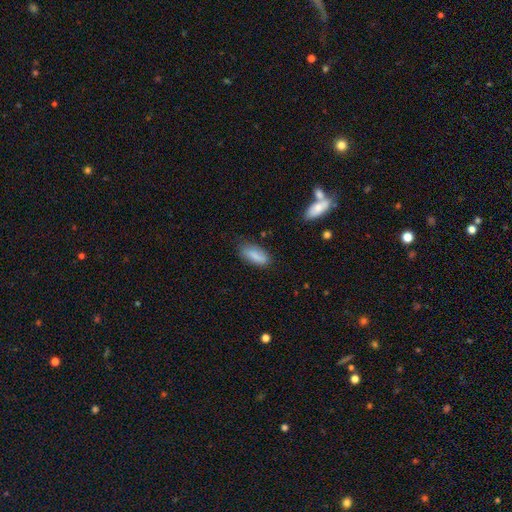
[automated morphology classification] This is clearly a smooth galaxy (82%). How rounded: clearly in between (80%). Merging: likely none (72%).